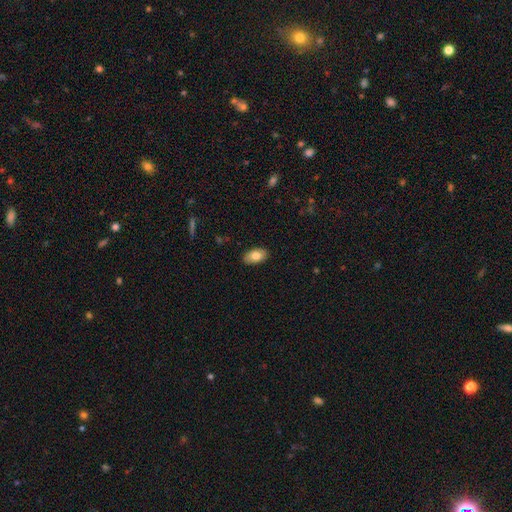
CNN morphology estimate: Smooth or featured? smooth (81%)
How rounded? in between (93%)
Merging? none (88%)